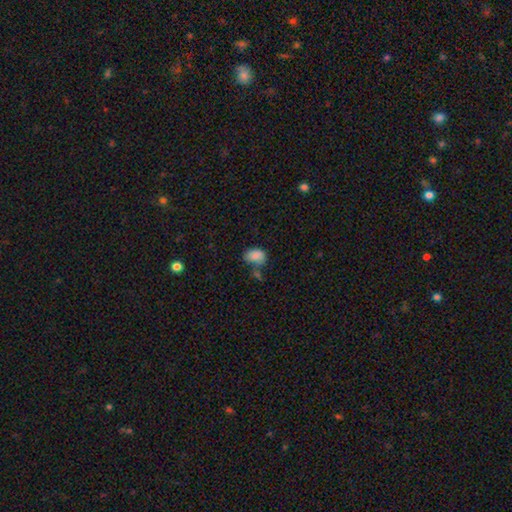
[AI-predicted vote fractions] The model was most divided on "merging": none: 48%, minor disturbance: 26%, merger: 17%, major disturbance: 9%. More confident: smooth or featured — smooth (84%); how rounded — in between (83%).